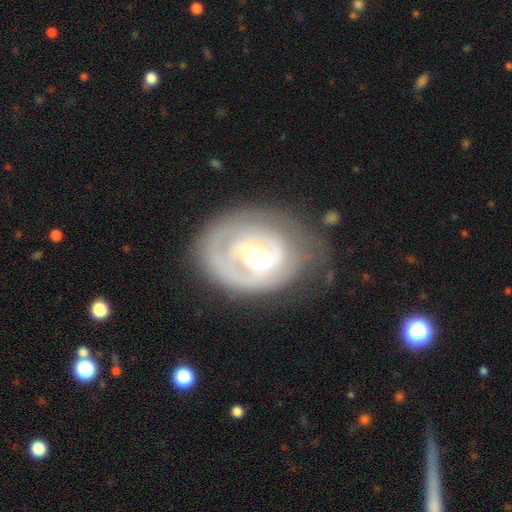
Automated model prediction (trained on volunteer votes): This appears to be a featured or disk galaxy (80%) with a weak bar (47%), 2 (37%) tight (63%) spiral arms (75%) and a moderate central bulge (64%). Merging: none (58%).